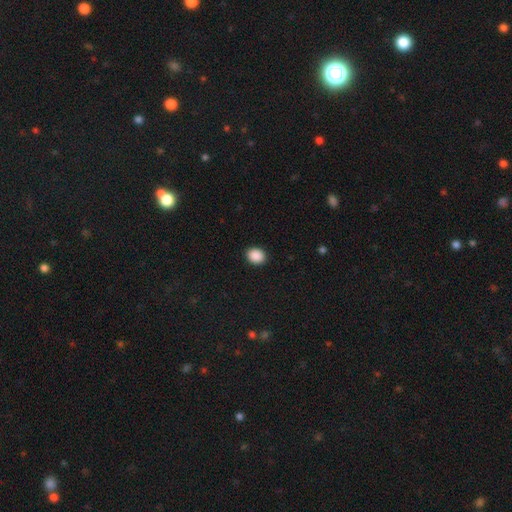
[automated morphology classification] Smooth or featured: smooth — 89% (star or artifact — 8%)
How rounded: round — 50% (in between — 49%)
Merging: none — 91% (minor disturbance — 6%)